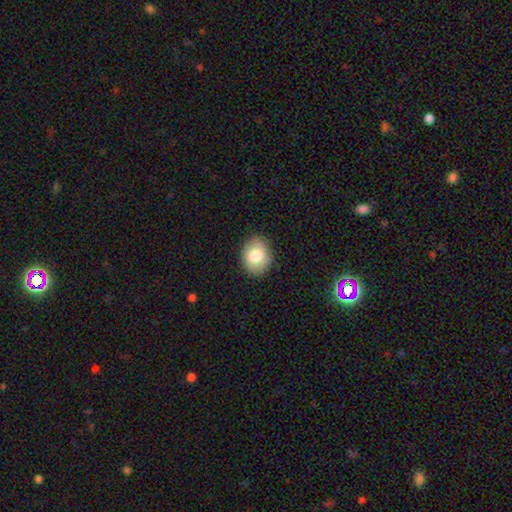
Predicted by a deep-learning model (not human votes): This appears to be a smooth galaxy with no disk features (82%) that is in between round and cigar-shaped (55%). Merging: none (87%).